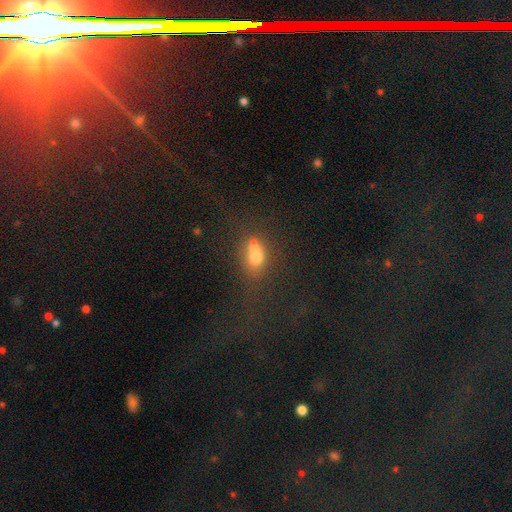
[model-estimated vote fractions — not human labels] smooth 57%, featured or disk 25%, star or artifact 18%. Down the decision tree: how rounded — in between (52%); merging — merger (47%).